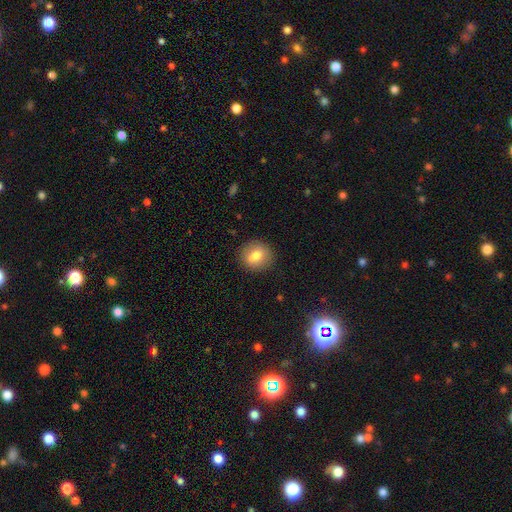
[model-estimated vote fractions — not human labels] Smooth or featured? smooth (76%)
How rounded? round (85%)
Merging? none (86%)